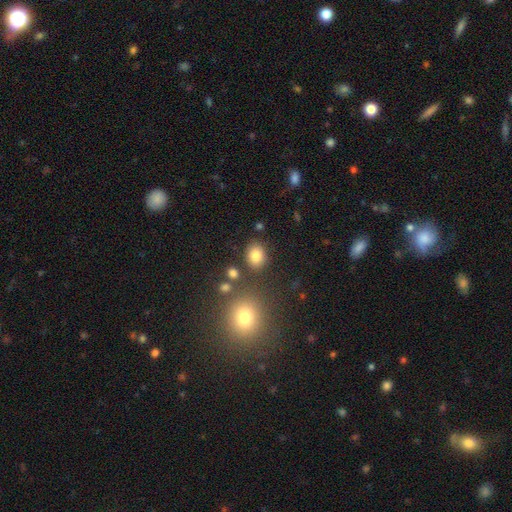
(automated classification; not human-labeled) smooth_or_featured: smooth (p=0.82) [alt: star or artifact p=0.11]
how_rounded: in between (p=0.53) [alt: round p=0.46]
merging: none (p=0.81) [alt: minor disturbance p=0.10]